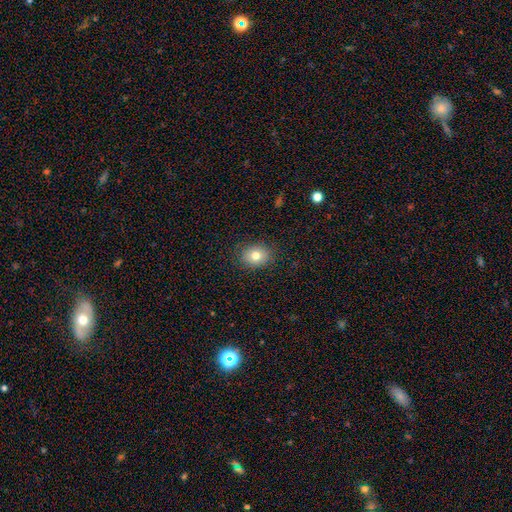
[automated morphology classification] type=smooth (78%); roundness=round (54%); merging=none (87%).